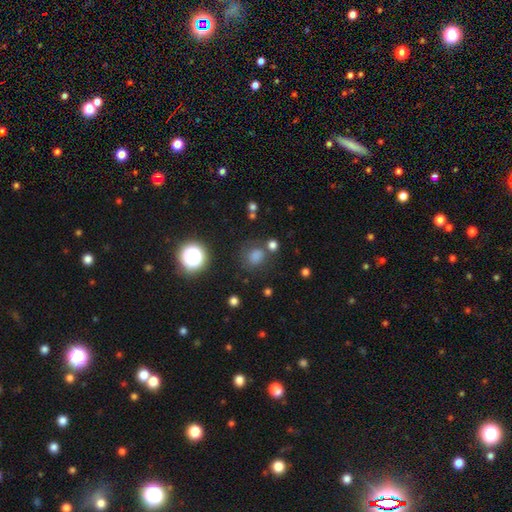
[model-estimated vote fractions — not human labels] A smooth galaxy with no disk features (67%) that is round (78%).

Vote fractions:
- Smooth or featured? smooth: 67% / star or artifact: 25% / featured or disk: 7%
- How rounded? round: 78% / in between: 21% / cigar-shaped: 1%
- Merging? none: 73% / minor disturbance: 13% / merger: 7% / major disturbance: 6%